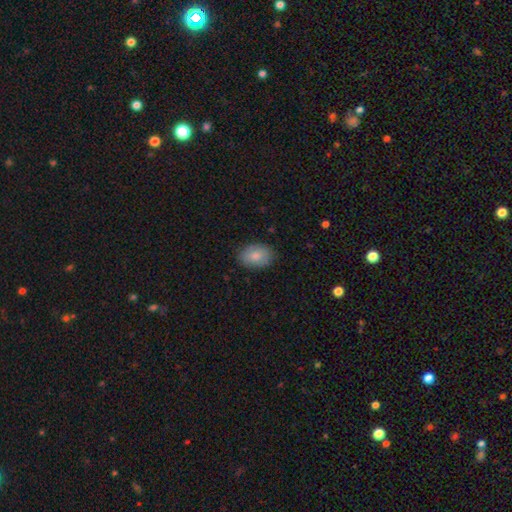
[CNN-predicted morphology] Q: Smooth or featured?
A: smooth (83%); runner-up: featured or disk (10%)
Q: How rounded?
A: in between (79%); runner-up: round (20%)
Q: Merging?
A: none (84%); runner-up: minor disturbance (12%)